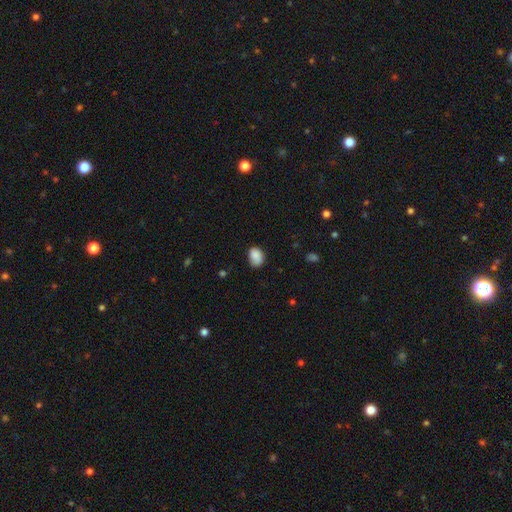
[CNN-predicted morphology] A smooth galaxy with no disk features (87%) that is in between round and cigar-shaped (72%). Merging: none (66%).